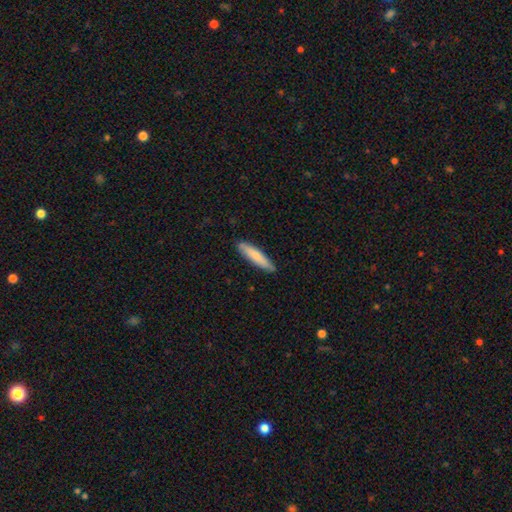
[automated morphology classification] Overall: smooth (79%). How rounded: cigar-shaped (86%). Merging: none (87%).